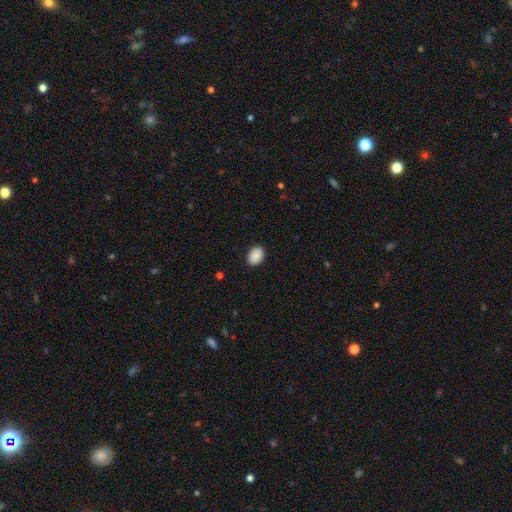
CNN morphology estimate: Smooth or featured?
  - smooth: 90% *
  - star or artifact: 7%
  - featured or disk: 3%
How rounded?
  - in between: 79% *
  - round: 20%
  - cigar-shaped: 1%
Merging?
  - none: 89% *
  - minor disturbance: 8%
  - major disturbance: 2%
  - merger: 1%